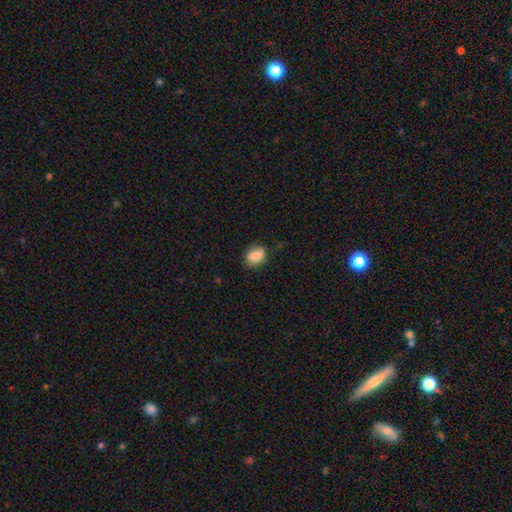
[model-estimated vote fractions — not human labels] smooth 84%, featured or disk 8%, star or artifact 8%. Down the decision tree: how rounded — in between (51%); merging — none (78%).